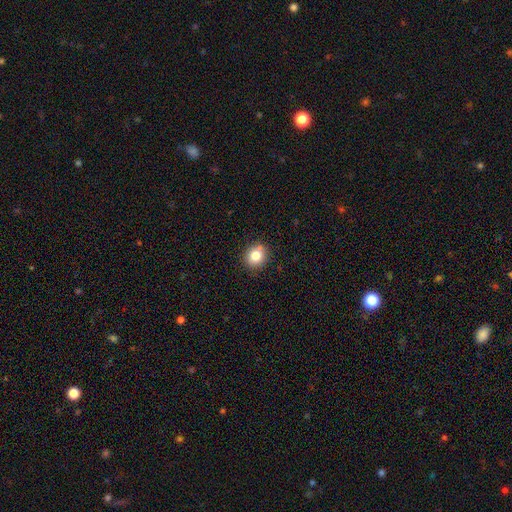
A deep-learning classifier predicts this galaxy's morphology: Smooth or featured? Predicted: smooth (p=0.80). How rounded? Predicted: round (p=0.77). Merging? Predicted: none (p=0.82).